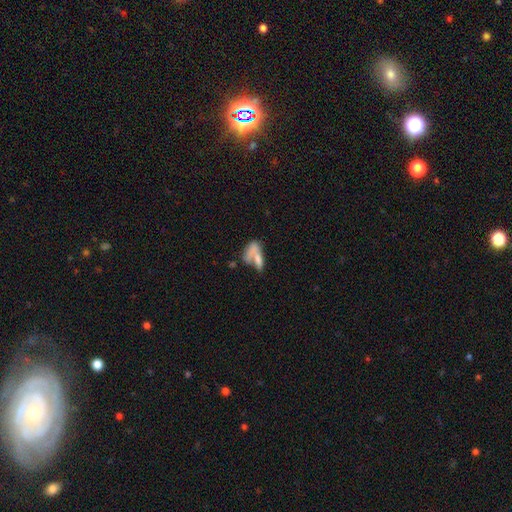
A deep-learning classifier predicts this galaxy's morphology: Q: Smooth or featured?
A: smooth (68%); runner-up: featured or disk (22%)
Q: How rounded?
A: in between (68%); runner-up: cigar-shaped (25%)
Q: Merging?
A: merger (53%); runner-up: none (24%)